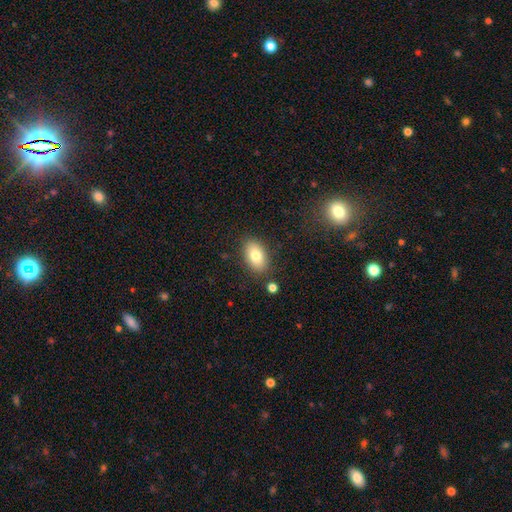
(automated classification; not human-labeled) Morphology: type=smooth (80%); roundness=in between (90%); merging=none (84%).